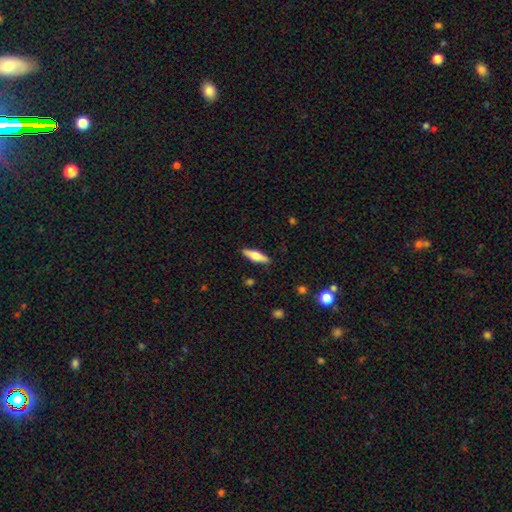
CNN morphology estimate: This appears to be a smooth galaxy with no disk features (57%) that is cigar-shaped (58%). Merging: none (88%).